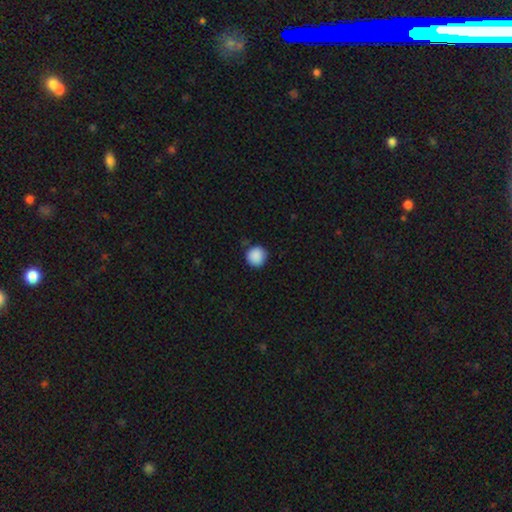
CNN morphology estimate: Overall: smooth (89%). How rounded: round (94%). Merging: none (87%).